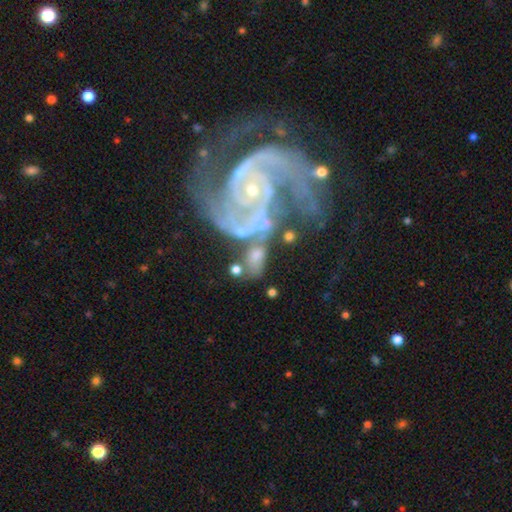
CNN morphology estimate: type=featured or disk (73%); edge-on=no (97%); bar=no (60%); spiral arms=yes (89%); winding=tight (50%); arm count=2 (57%); bulge=small (62%); merging=none (35%).